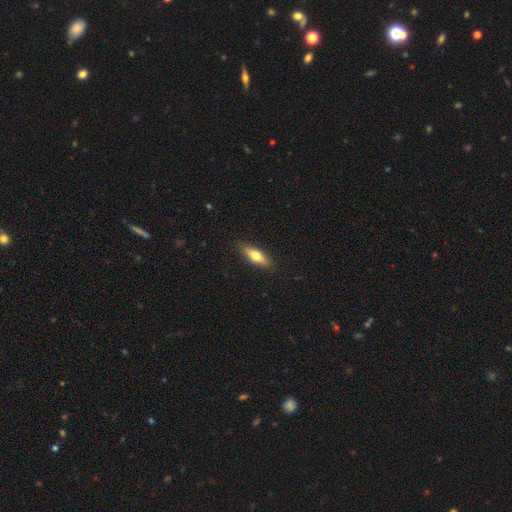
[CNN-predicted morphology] Smooth or featured? smooth (66%)
How rounded? in between (58%)
Merging? none (88%)